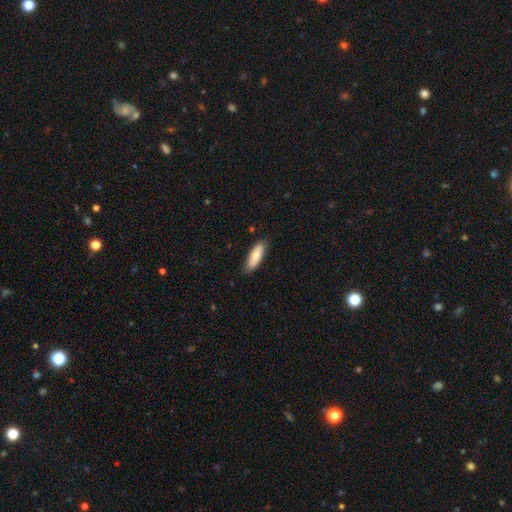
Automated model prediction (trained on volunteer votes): Smooth or featured? smooth (78%)
How rounded? in between (55%)
Merging? none (81%)